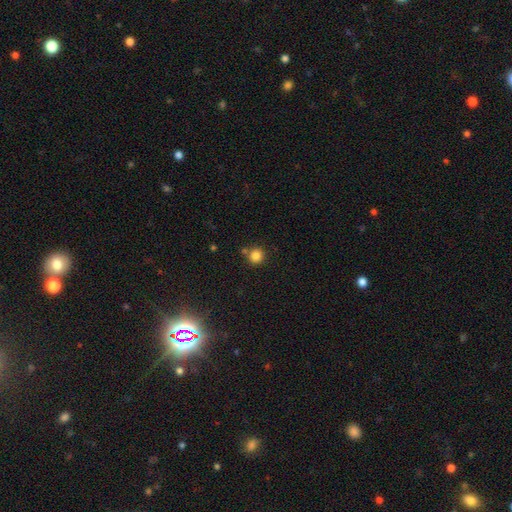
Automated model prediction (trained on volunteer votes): Smooth or featured? smooth (83%)
How rounded? round (93%)
Merging? none (77%)